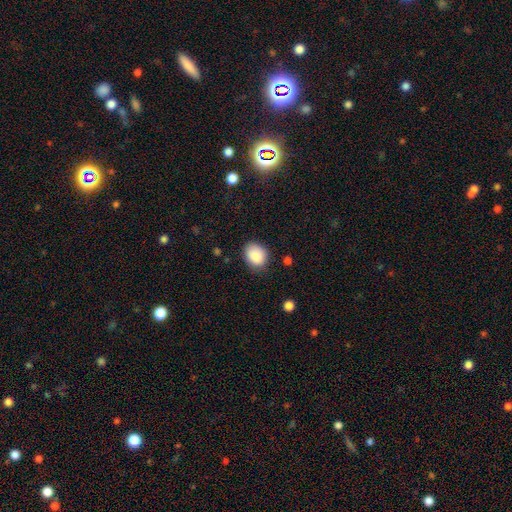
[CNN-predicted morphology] smooth 88%, star or artifact 8%, featured or disk 4%. Down the decision tree: how rounded — in between (51%); merging — none (79%).